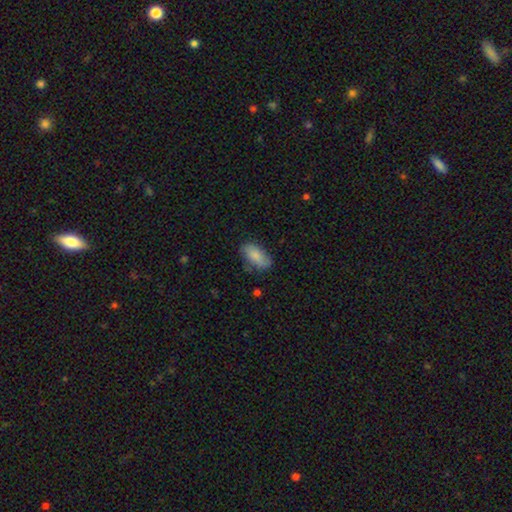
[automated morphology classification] Overall: smooth (83%). How rounded: in between (92%). Merging: none (73%).